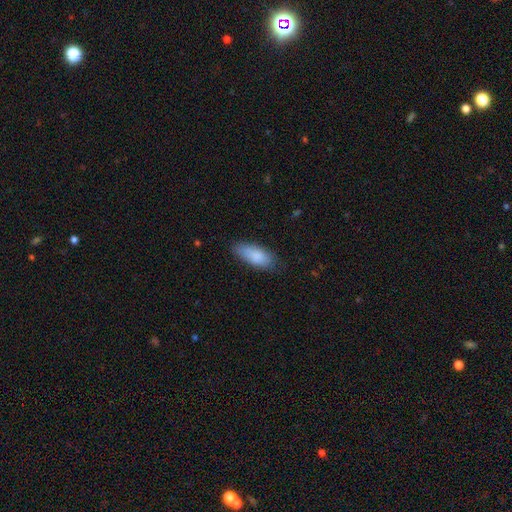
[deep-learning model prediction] smooth 85%, featured or disk 8%, star or artifact 6%. Down the decision tree: how rounded — in between (81%); merging — none (71%).